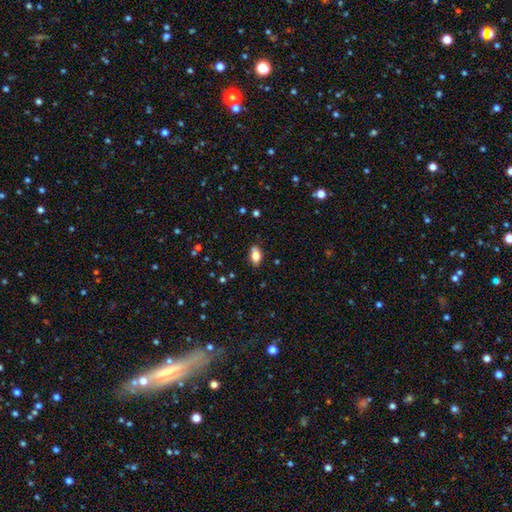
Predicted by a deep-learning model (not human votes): Morphology: type=smooth (81%); roundness=in between (91%); merging=none (84%).